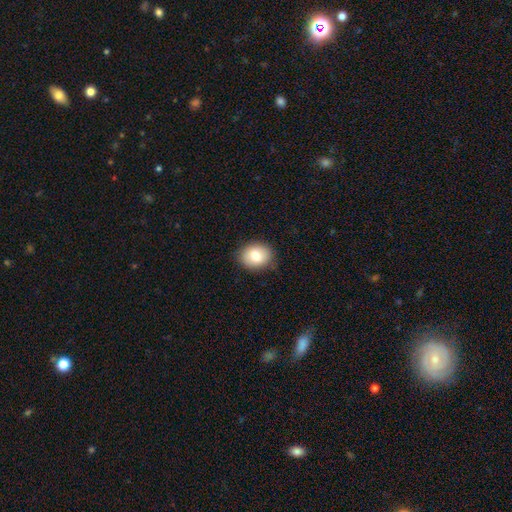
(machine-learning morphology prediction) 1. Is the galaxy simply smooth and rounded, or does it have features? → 80% smooth, 11% featured or disk, 8% star or artifact.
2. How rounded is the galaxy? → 51% in between, 48% round, 1% cigar-shaped.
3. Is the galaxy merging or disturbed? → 84% none, 12% minor disturbance, 3% major disturbance, 1% merger.